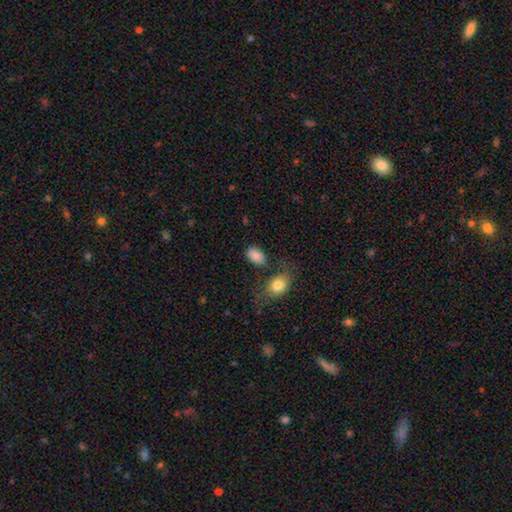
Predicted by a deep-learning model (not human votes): smooth_or_featured: smooth (p=0.86) [alt: star or artifact p=0.08]
how_rounded: in between (p=0.87) [alt: round p=0.12]
merging: none (p=0.74) [alt: minor disturbance p=0.14]